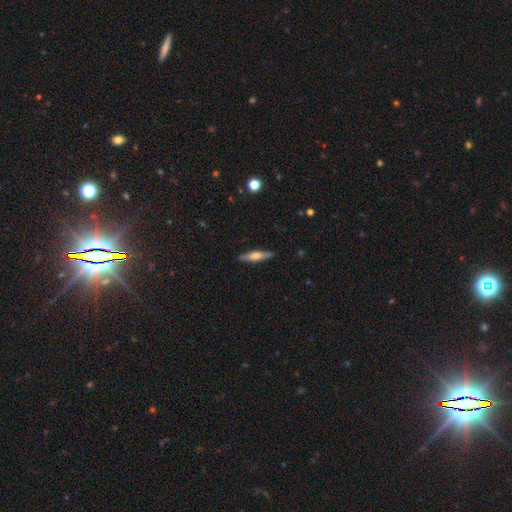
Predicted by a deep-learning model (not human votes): smooth 54%, featured or disk 39%, star or artifact 6%. Down the decision tree: how rounded — cigar-shaped (79%); merging — none (88%).